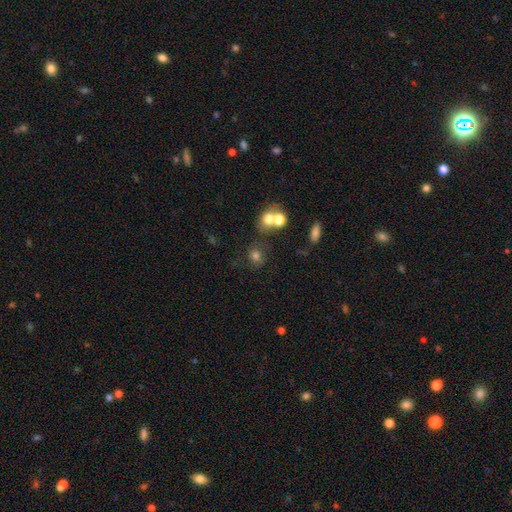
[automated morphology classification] Smooth or featured?
  - smooth: 72% *
  - star or artifact: 16%
  - featured or disk: 12%
How rounded?
  - round: 70% *
  - in between: 29%
  - cigar-shaped: 1%
Merging?
  - none: 60% *
  - merger: 17%
  - minor disturbance: 15%
  - major disturbance: 8%